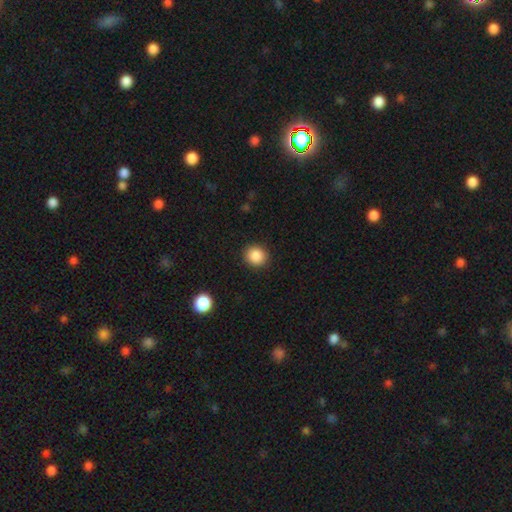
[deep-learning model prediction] smooth-or-featured: smooth: 88% | star or artifact: 9% | featured or disk: 3%
  how-rounded: round: 83% | in between: 16% | cigar-shaped: 1%
  merging: none: 91% | minor disturbance: 6% | major disturbance: 2% | merger: 1%